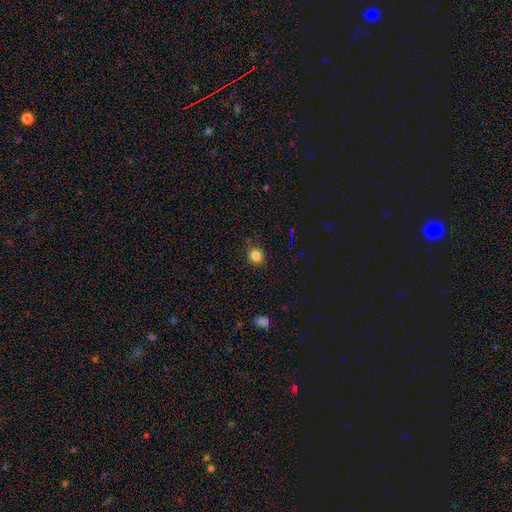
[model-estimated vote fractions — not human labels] A smooth galaxy with no disk features (82%) that is round (84%). Merging: none (87%).